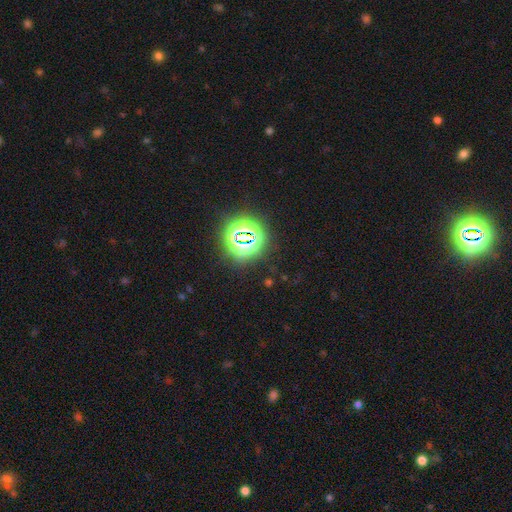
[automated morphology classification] smooth_or_featured: star or artifact (p=0.82) [alt: smooth p=0.11]